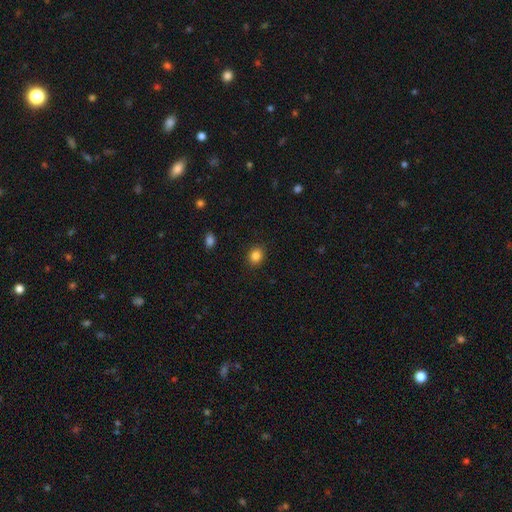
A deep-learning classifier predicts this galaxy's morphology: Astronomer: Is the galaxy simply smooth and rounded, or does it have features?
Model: smooth — 85%.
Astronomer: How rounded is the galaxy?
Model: round — 69%.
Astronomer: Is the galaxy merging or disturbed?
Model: none — 89%.